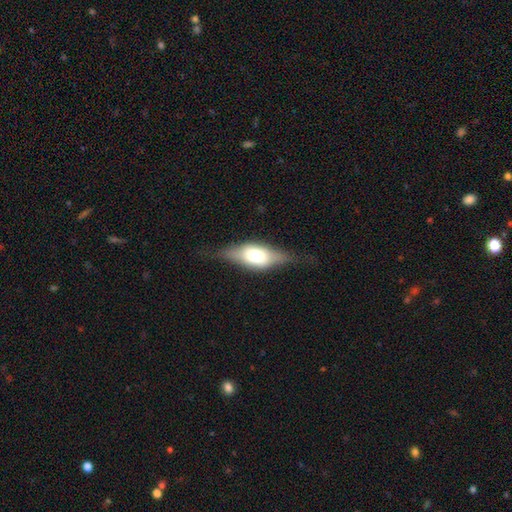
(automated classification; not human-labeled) This is possibly a featured or disk galaxy (48%). Merging: likely none (67%).